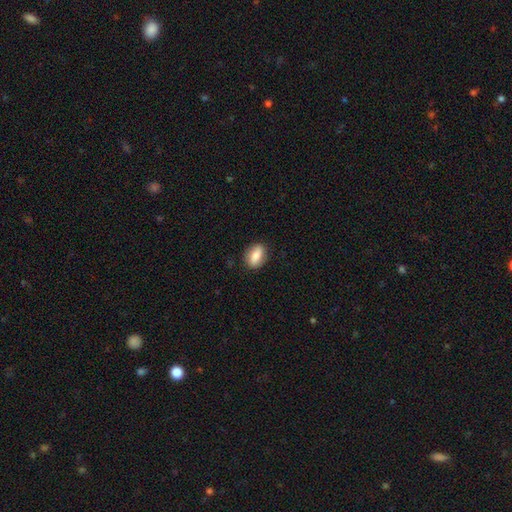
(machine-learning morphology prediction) A smooth galaxy with no disk features (75%) that is in between round and cigar-shaped (81%).

Vote fractions:
- Smooth or featured? smooth: 75% / featured or disk: 18% / star or artifact: 7%
- How rounded? in between: 81% / round: 14% / cigar-shaped: 5%
- Merging? none: 84% / minor disturbance: 12% / major disturbance: 3% / merger: 1%